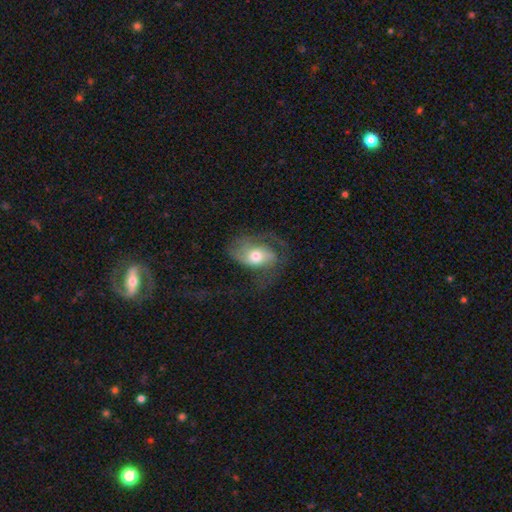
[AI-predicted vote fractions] This appears to be a featured or disk galaxy (62%) with no bar (70%), spiral arms (83%) and a moderate central bulge (67%). Merging: none (47%).